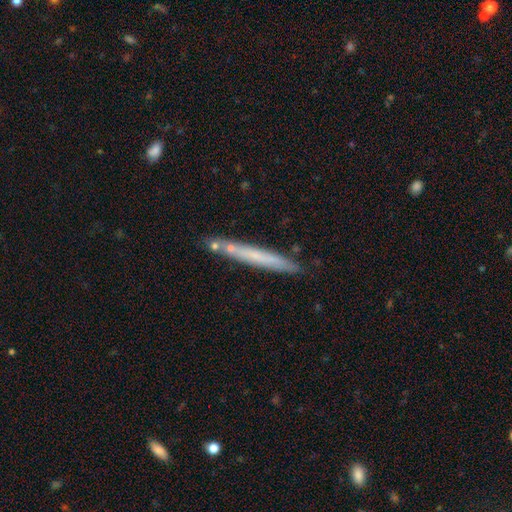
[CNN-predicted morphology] Smooth or featured?
  - smooth: 55% *
  - featured or disk: 38%
  - star or artifact: 7%
How rounded?
  - cigar-shaped: 96% *
  - in between: 3%
  - round: 1%
Merging?
  - none: 79% *
  - minor disturbance: 12%
  - merger: 7%
  - major disturbance: 2%